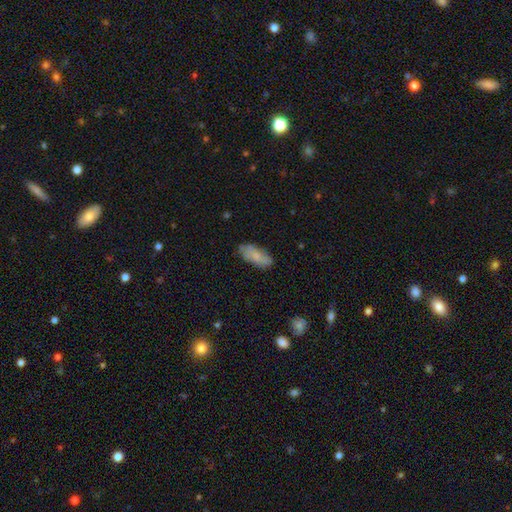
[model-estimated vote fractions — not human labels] smooth-or-featured: smooth: 71% | featured or disk: 22% | star or artifact: 7%
  how-rounded: in between: 84% | cigar-shaped: 14% | round: 2%
  merging: none: 76% | minor disturbance: 18% | major disturbance: 4% | merger: 2%